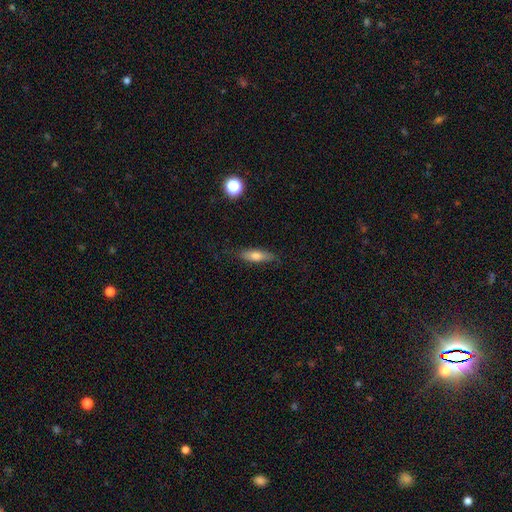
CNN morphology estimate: Smooth or featured? Predicted: smooth (p=0.68). How rounded? Predicted: cigar-shaped (p=0.54). Merging? Predicted: none (p=0.82).